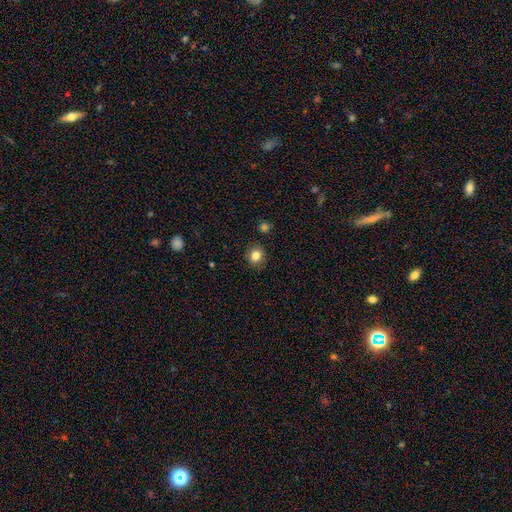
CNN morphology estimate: Smooth or featured: smooth — 83% (star or artifact — 11%)
How rounded: round — 85% (in between — 14%)
Merging: none — 88% (minor disturbance — 8%)